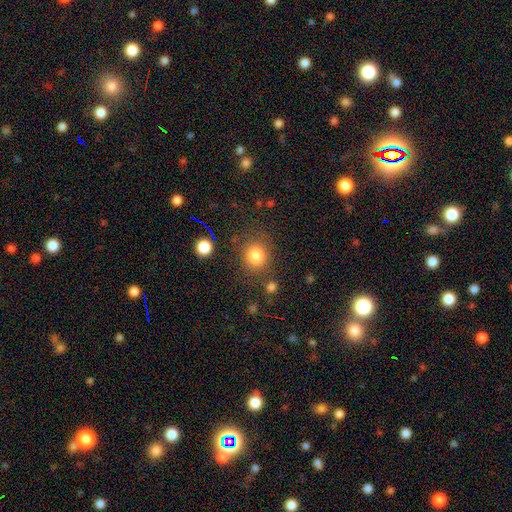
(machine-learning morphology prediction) This is clearly a smooth galaxy (82%). How rounded: clearly round (80%). Merging: likely none (78%).